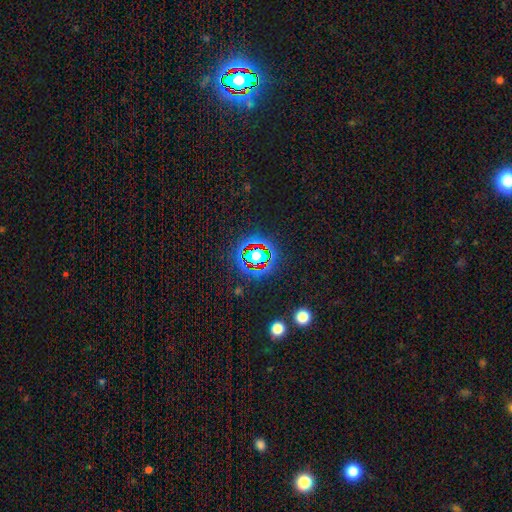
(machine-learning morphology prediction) The model was most divided on "smooth or featured": star or artifact: 72%, smooth: 17%, featured or disk: 11%.